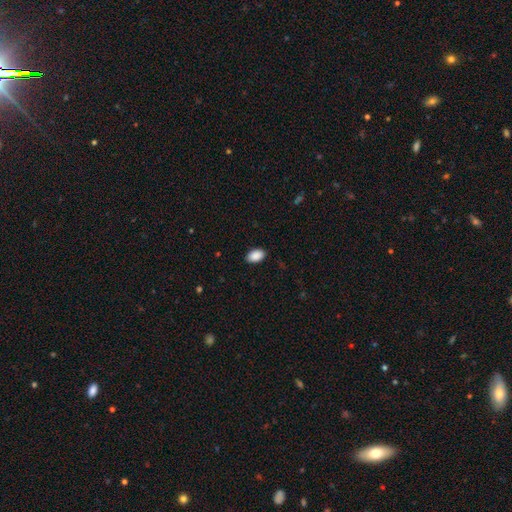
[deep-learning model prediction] A smooth galaxy with no disk features (91%) that is in between round and cigar-shaped (93%). Merging: none (88%).